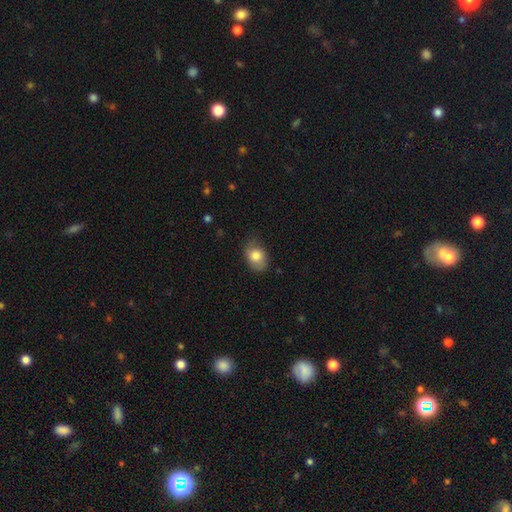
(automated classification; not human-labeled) Smooth or featured? Predicted: smooth (p=0.81). How rounded? Predicted: in between (p=0.71). Merging? Predicted: none (p=0.65).